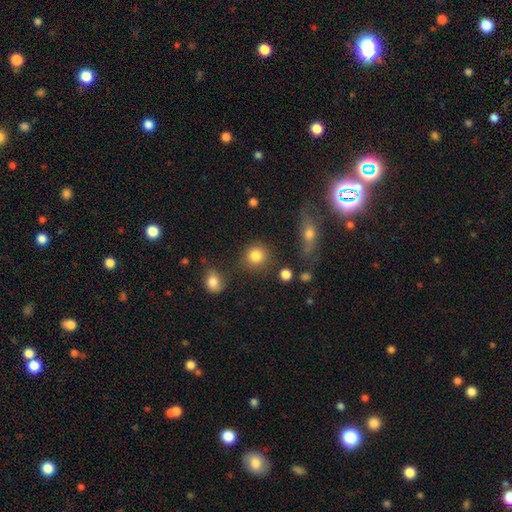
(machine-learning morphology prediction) Smooth or featured? smooth (84%)
How rounded? round (89%)
Merging? none (78%)